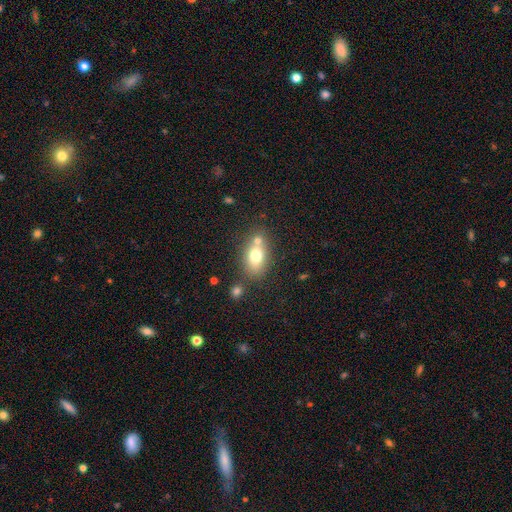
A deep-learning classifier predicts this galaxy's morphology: smooth_or_featured: smooth (p=0.72) [alt: featured or disk p=0.18]
how_rounded: in between (p=0.78) [alt: round p=0.18]
merging: none (p=0.57) [alt: merger p=0.26]